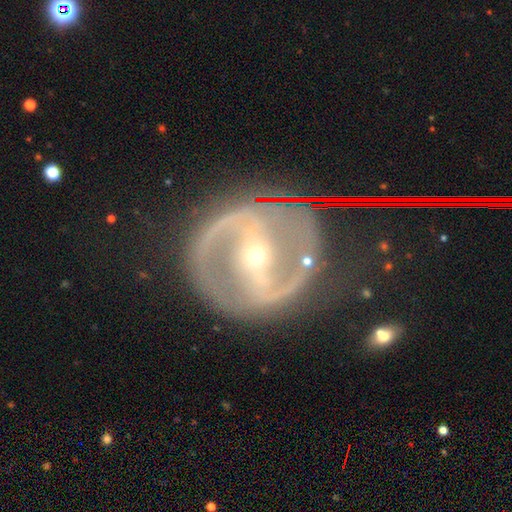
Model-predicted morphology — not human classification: The model was most divided on "spiral winding": medium: 55%, tight: 26%, loose: 20%. More confident: edge-on disk — no (97%); spiral arms — yes (93%); spiral arm count — 2 (91%); smooth or featured — featured or disk (89%); bulge size — small (78%); merging — none (77%); bar — strong (66%).